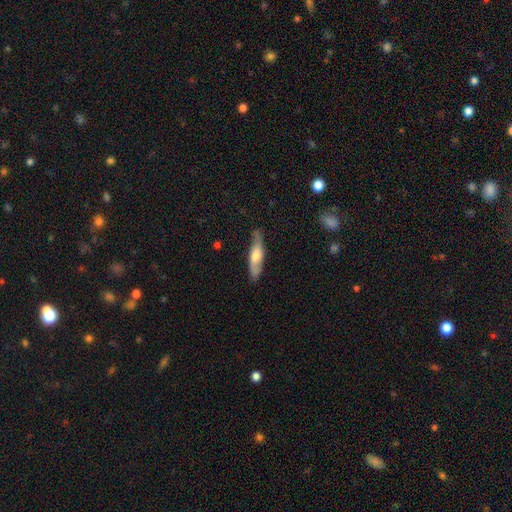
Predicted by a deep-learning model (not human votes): This appears to be a featured or disk galaxy (49%). Merging: none (80%).